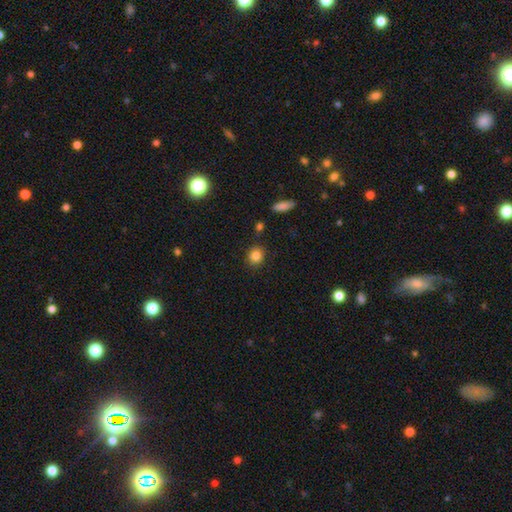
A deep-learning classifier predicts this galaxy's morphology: This appears to be a smooth galaxy with no disk features (84%) that is round (79%). Merging: none (88%).